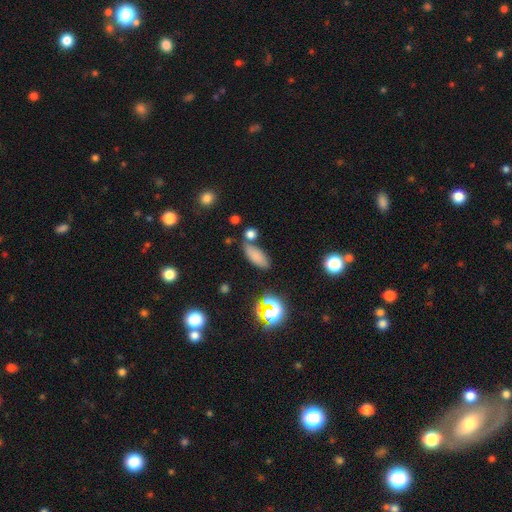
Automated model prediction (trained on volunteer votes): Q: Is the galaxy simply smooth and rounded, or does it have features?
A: smooth — 76%.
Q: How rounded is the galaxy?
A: in between — 76%.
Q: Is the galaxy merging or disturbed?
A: none — 68%.